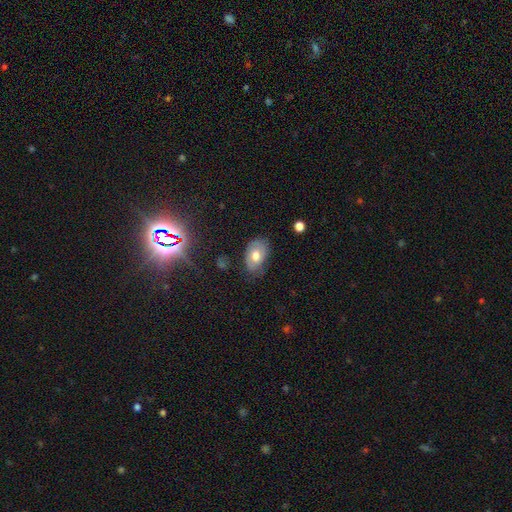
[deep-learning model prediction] This is likely a smooth galaxy (61%). How rounded: clearly in between (89%). Merging: likely none (64%).